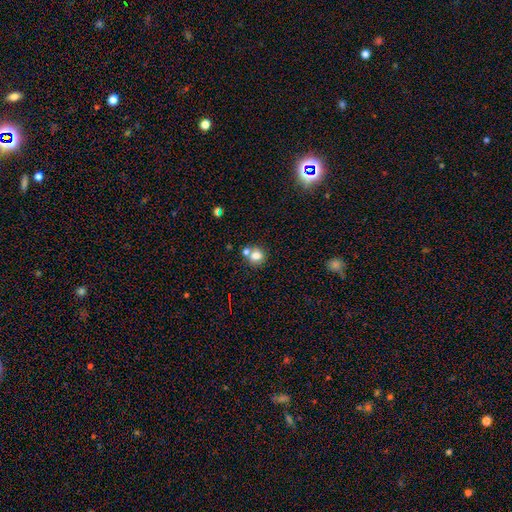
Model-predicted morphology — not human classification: The model was most divided on "merging": none: 54%, merger: 32%, minor disturbance: 10%, major disturbance: 3%. More confident: how rounded — round (78%); smooth or featured — smooth (76%).